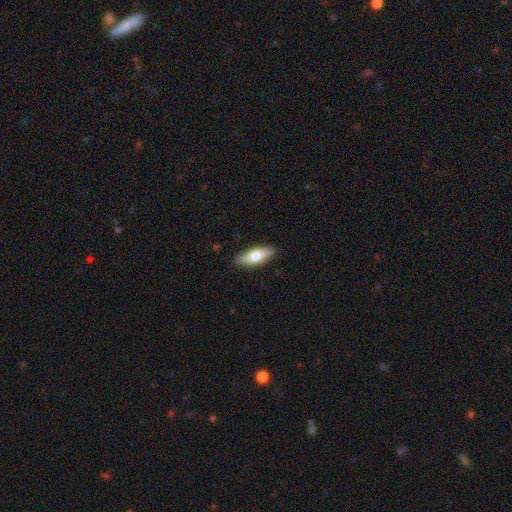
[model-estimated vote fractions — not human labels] Smooth or featured?
  - smooth: 63% *
  - featured or disk: 31%
  - star or artifact: 6%
How rounded?
  - in between: 59% *
  - cigar-shaped: 39%
  - round: 2%
Merging?
  - none: 88% *
  - minor disturbance: 9%
  - major disturbance: 2%
  - merger: 1%